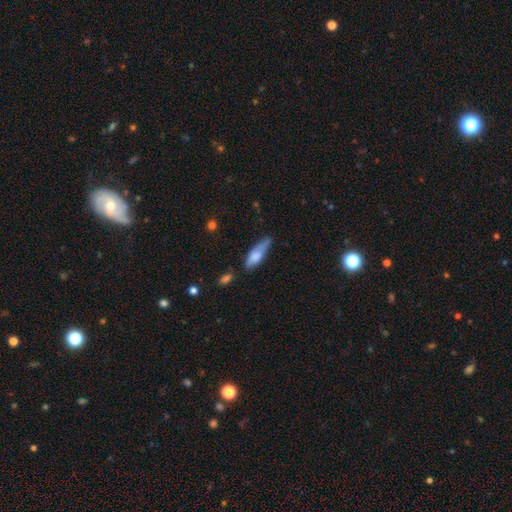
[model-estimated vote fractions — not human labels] The model was most divided on "merging": none: 44%, minor disturbance: 37%, major disturbance: 12%, merger: 7%. More confident: smooth or featured — smooth (68%); how rounded — in between (54%).